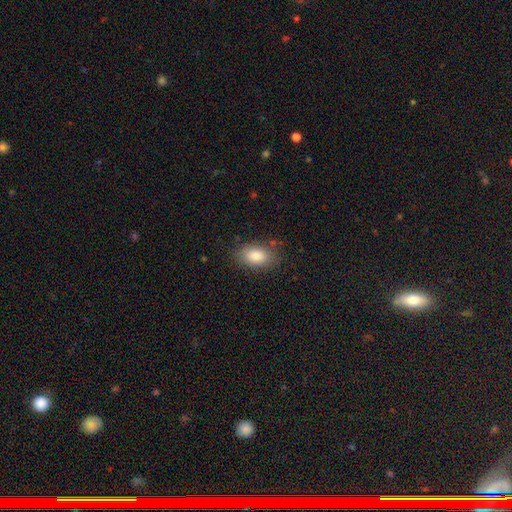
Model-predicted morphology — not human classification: The model was most divided on "merging": none: 80%, minor disturbance: 15%, major disturbance: 4%, merger: 2%. More confident: how rounded — in between (87%); smooth or featured — smooth (85%).